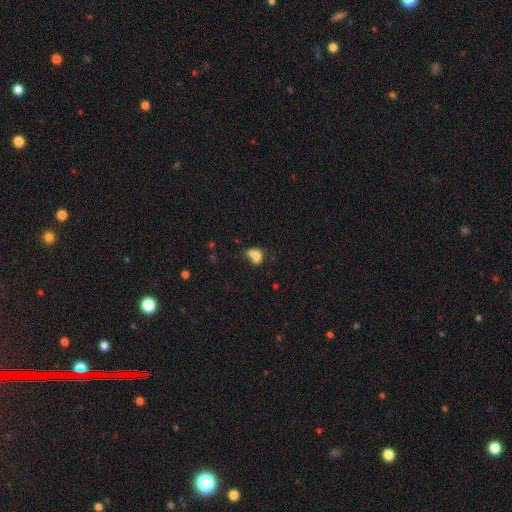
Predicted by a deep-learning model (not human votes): Smooth or featured? smooth (74%)
How rounded? in between (68%)
Merging? merger (39%)